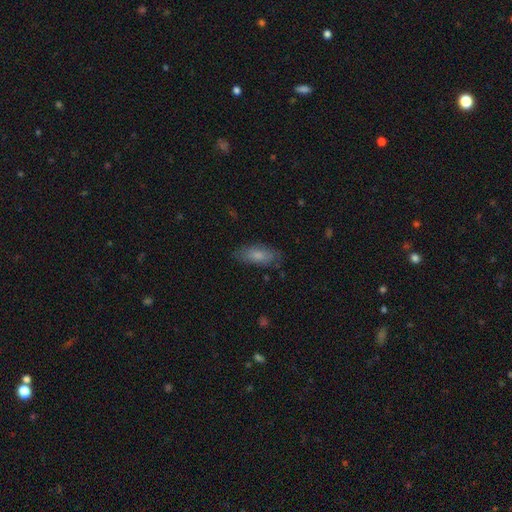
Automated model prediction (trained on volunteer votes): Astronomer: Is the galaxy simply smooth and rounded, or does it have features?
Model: smooth — 69%.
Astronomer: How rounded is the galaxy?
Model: in between — 73%.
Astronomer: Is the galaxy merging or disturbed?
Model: none — 81%.